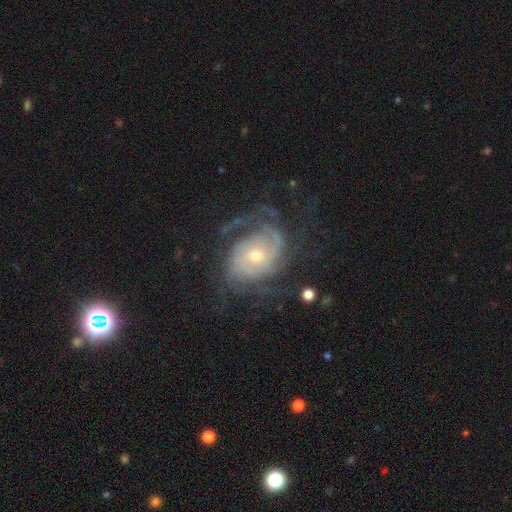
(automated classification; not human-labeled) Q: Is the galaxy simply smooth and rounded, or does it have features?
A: featured or disk — 84%.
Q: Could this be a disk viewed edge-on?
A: no — 97%.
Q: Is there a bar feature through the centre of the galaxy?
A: no — 72%.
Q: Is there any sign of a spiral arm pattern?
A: yes — 93%.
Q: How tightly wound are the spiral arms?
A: tight — 52%.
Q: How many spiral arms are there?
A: can't tell — 33%.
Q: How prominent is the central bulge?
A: moderate — 49%.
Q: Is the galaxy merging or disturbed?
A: none — 61%.